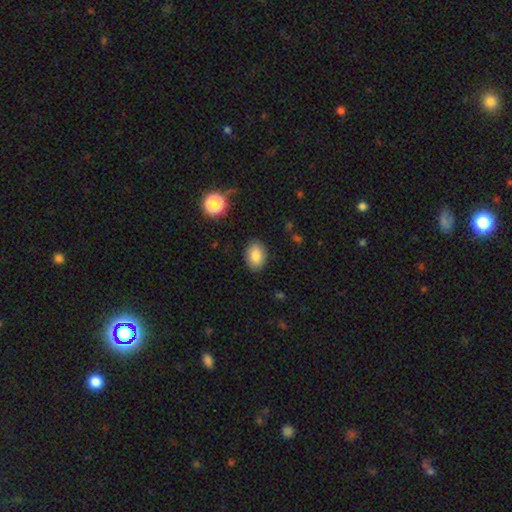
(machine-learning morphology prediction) smooth 83%, star or artifact 9%, featured or disk 8%. Down the decision tree: how rounded — in between (84%); merging — none (87%).